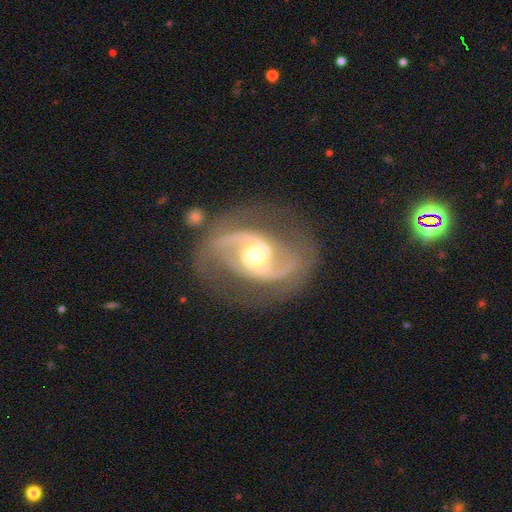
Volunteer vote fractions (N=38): smooth-or-featured: featured or disk: 92% | smooth: 5% | star or artifact: 3%
  disk-edge-on: no: 100% | yes: 0%
    bar: weak: 51% | no: 37% | strong: 11%
    has-spiral-arms: yes: 94% | no: 6%
      spiral-winding: medium: 58% | loose: 27% | tight: 15%
      spiral-arm-count: 2: 88% | can't tell: 6% | 1: 3% | 4: 3% | 3: 0% | more than 4: 0%
    bulge-size: moderate: 66% | small: 26% | large: 9% | dominant: 0% | none: 0%
  merging: none: 84% | minor disturbance: 11% | major disturbance: 3% | merger: 3%